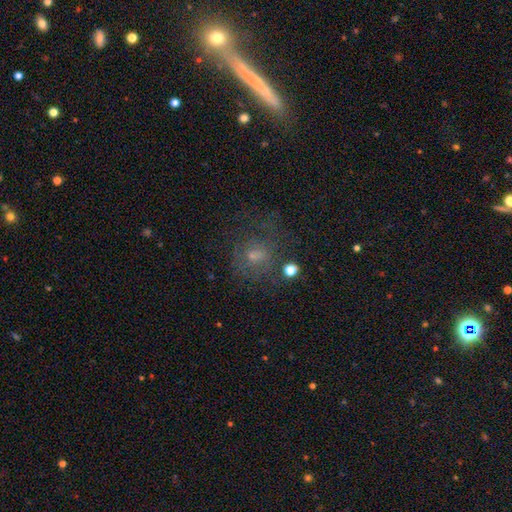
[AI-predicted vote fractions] smooth 47%, featured or disk 32%, star or artifact 21%. Down the decision tree: merging — none (51%).